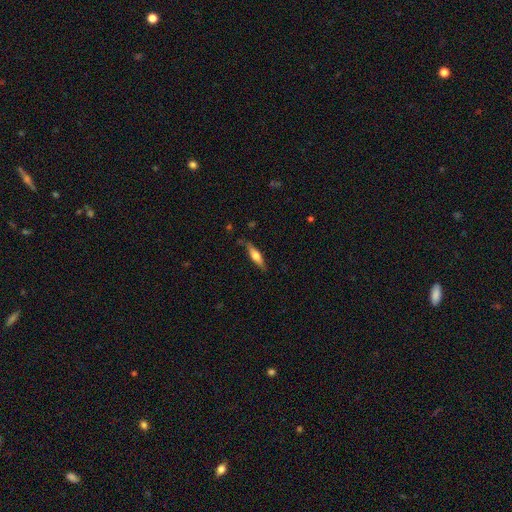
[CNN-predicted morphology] This appears to be a smooth galaxy with no disk features (49%). Merging: none (79%).